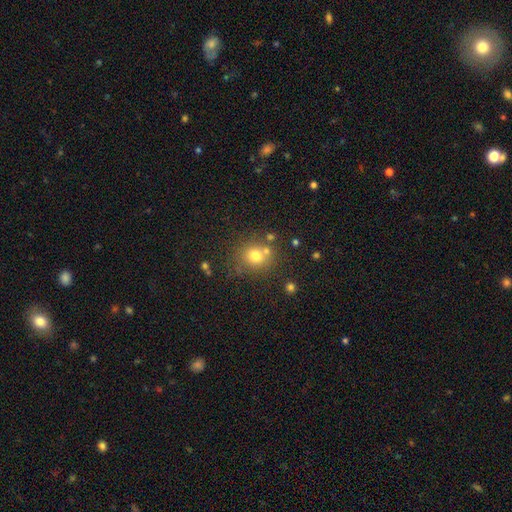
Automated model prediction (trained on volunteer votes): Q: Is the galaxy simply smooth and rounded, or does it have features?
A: smooth — 74%.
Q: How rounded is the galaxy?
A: round — 85%.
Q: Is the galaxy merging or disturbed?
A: none — 69%.